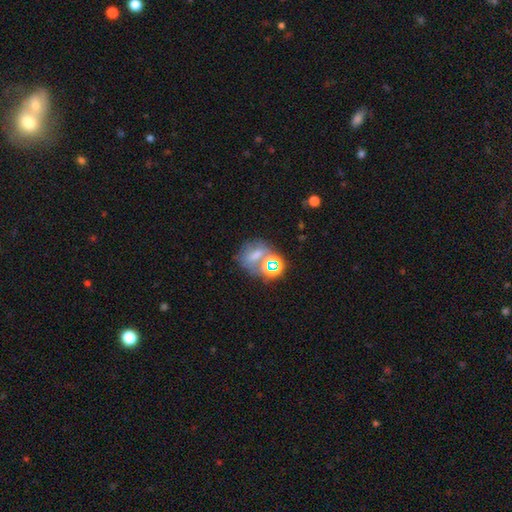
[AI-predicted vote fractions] This appears to be a smooth galaxy with no disk features (47%). Merging: none (46%).